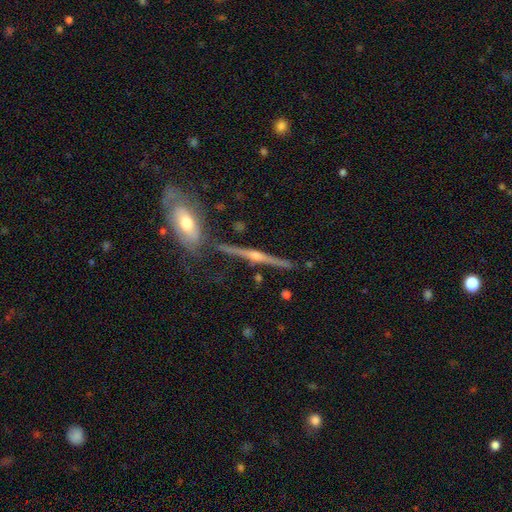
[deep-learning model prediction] Q: Smooth or featured?
A: featured or disk (83%); runner-up: smooth (10%)
Q: Edge-on disk?
A: yes (95%); runner-up: no (5%)
Q: Edge-on bulge?
A: rounded (89%); runner-up: none (6%)
Q: Merging?
A: none (78%); runner-up: minor disturbance (12%)